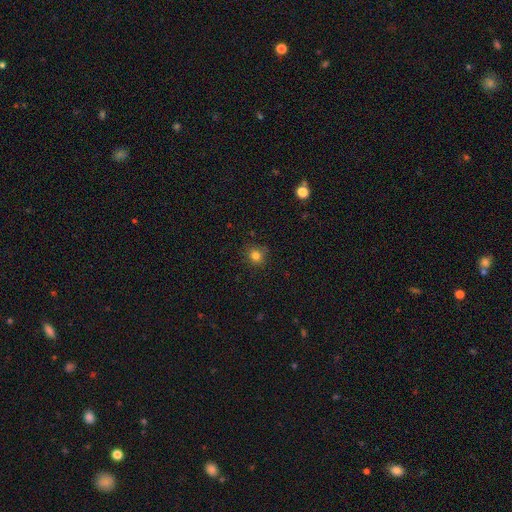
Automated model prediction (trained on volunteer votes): This appears to be a smooth galaxy with no disk features (81%) that is round (87%). Merging: none (85%).